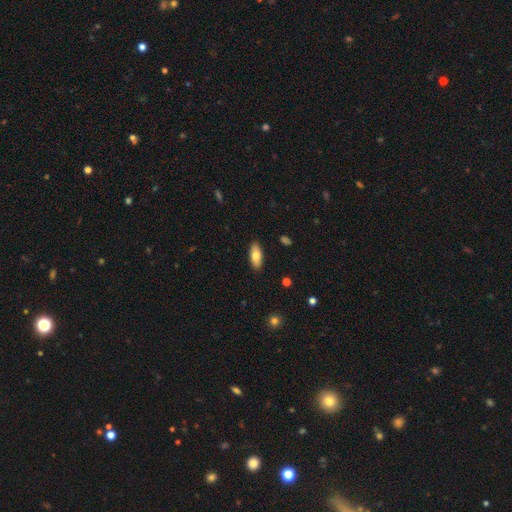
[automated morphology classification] Smooth or featured? Predicted: smooth (p=0.78). How rounded? Predicted: in between (p=0.83). Merging? Predicted: none (p=0.89).